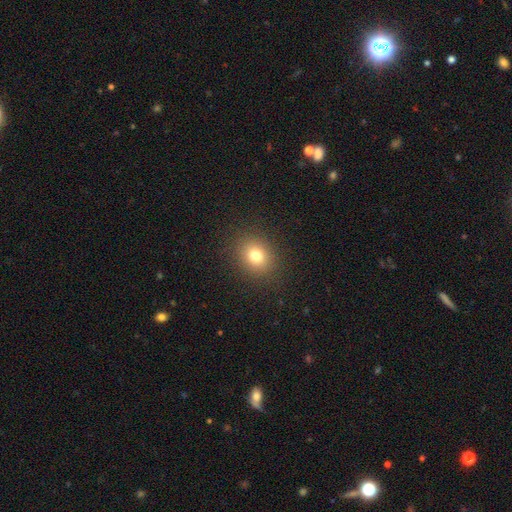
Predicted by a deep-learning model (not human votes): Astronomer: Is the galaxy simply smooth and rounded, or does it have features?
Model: smooth — 77%.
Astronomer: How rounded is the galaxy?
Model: round — 67%.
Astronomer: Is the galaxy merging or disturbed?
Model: none — 88%.